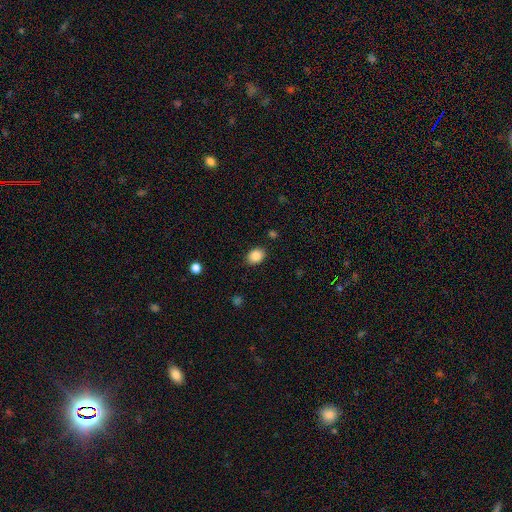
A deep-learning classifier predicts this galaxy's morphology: smooth-or-featured: smooth: 87% | star or artifact: 8% | featured or disk: 5%
  how-rounded: in between: 67% | round: 32% | cigar-shaped: 1%
  merging: none: 86% | minor disturbance: 10% | major disturbance: 2% | merger: 2%